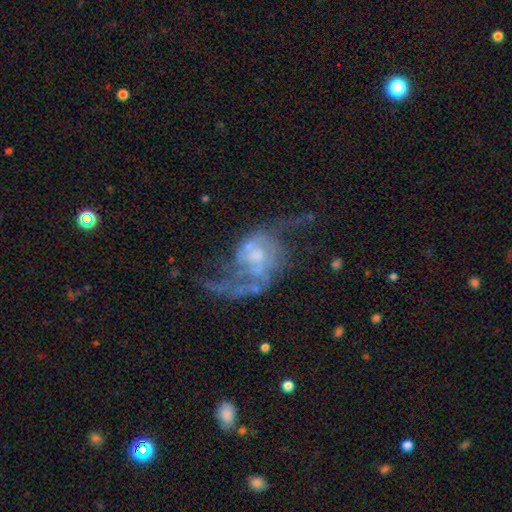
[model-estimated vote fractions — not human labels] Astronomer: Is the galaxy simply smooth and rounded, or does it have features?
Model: featured or disk — 82%.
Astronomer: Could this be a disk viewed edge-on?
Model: no — 97%.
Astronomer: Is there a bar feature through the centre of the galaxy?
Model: no — 67%.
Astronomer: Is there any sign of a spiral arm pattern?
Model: yes — 87%.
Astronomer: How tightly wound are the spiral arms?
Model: loose — 64%.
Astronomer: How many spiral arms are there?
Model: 2 — 79%.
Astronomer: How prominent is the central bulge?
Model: moderate — 39% (runner-up: small, 37%).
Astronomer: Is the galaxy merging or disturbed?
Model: none — 38% (runner-up: major disturbance, 37%).